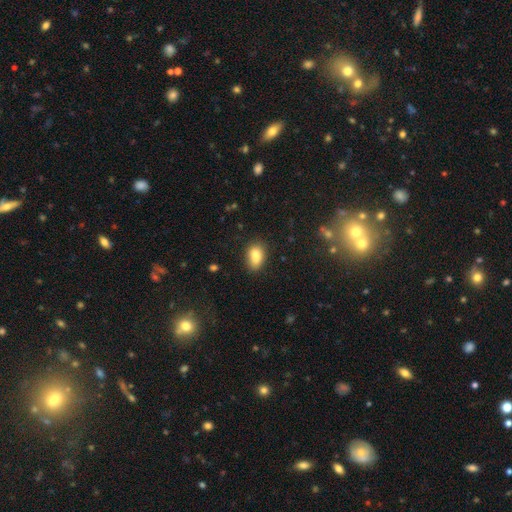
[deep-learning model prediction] The model was most divided on "merging": none: 71%, minor disturbance: 21%, major disturbance: 5%, merger: 3%. More confident: how rounded — in between (87%); smooth or featured — smooth (84%).